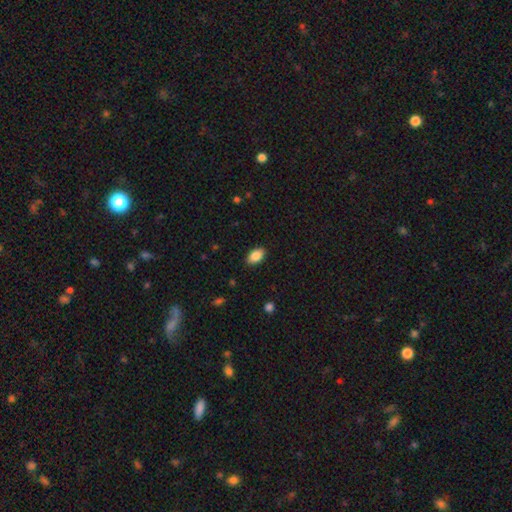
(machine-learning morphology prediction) Smooth or featured: smooth — 87% (star or artifact — 7%)
How rounded: in between — 93% (round — 5%)
Merging: none — 88% (minor disturbance — 9%)